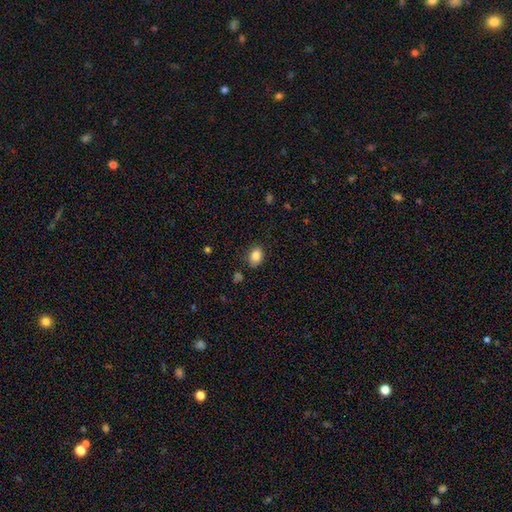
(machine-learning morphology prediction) This is clearly a smooth galaxy (85%). How rounded: likely in between (67%). Merging: clearly none (83%).